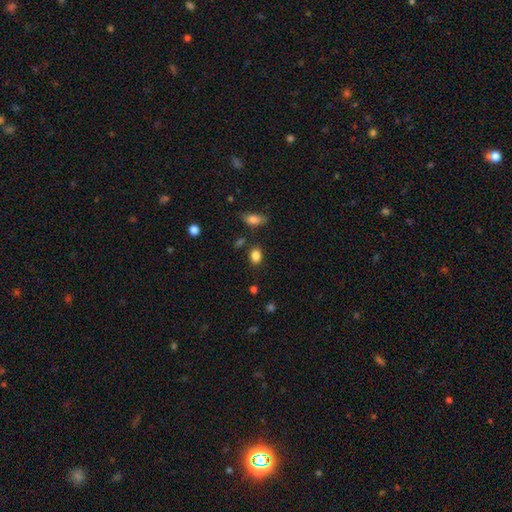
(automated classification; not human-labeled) This is clearly a smooth galaxy (85%). How rounded: likely in between (69%). Merging: clearly none (82%).